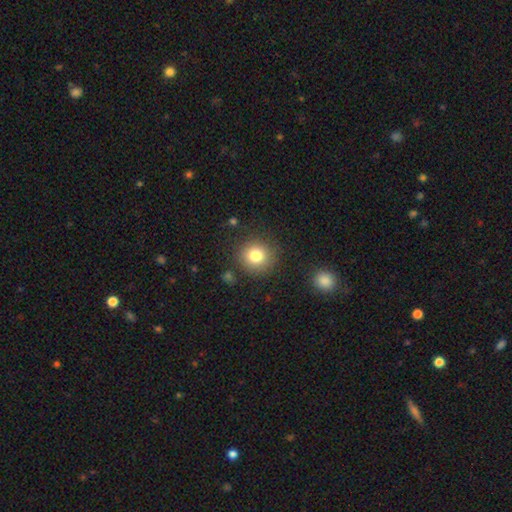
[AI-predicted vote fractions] Q: Smooth or featured?
A: smooth (80%); runner-up: star or artifact (11%)
Q: How rounded?
A: round (93%); runner-up: in between (6%)
Q: Merging?
A: none (85%); runner-up: minor disturbance (9%)